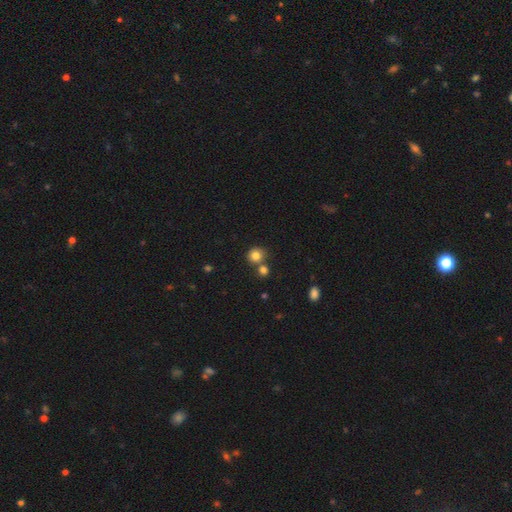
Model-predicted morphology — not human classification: Smooth or featured? smooth (81%)
How rounded? round (89%)
Merging? none (66%)